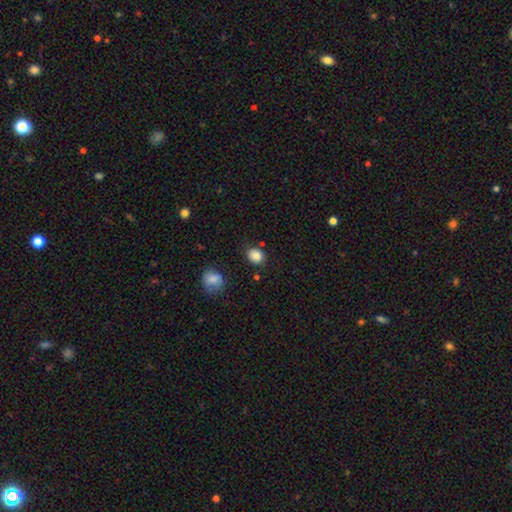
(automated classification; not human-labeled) Q: Smooth or featured?
A: smooth (86%); runner-up: star or artifact (10%)
Q: How rounded?
A: round (64%); runner-up: in between (35%)
Q: Merging?
A: none (80%); runner-up: minor disturbance (13%)